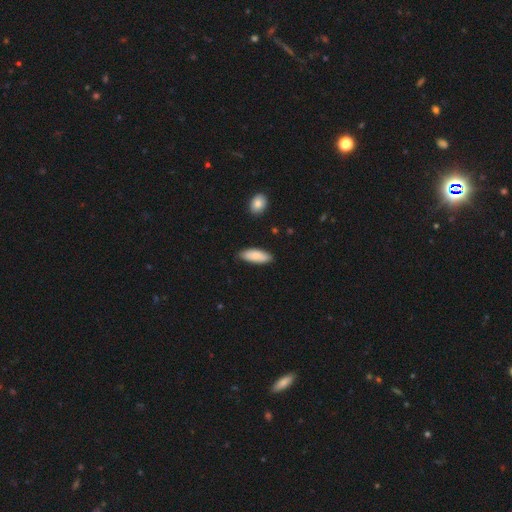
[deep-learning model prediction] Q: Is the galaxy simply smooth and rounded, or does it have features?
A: smooth — 85%.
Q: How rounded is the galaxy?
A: in between — 71%.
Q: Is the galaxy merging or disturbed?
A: none — 83%.